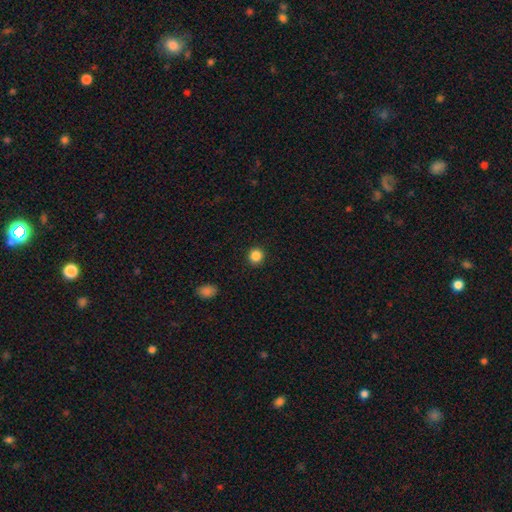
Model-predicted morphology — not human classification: Overall: smooth (86%). How rounded: round (92%). Merging: none (92%).